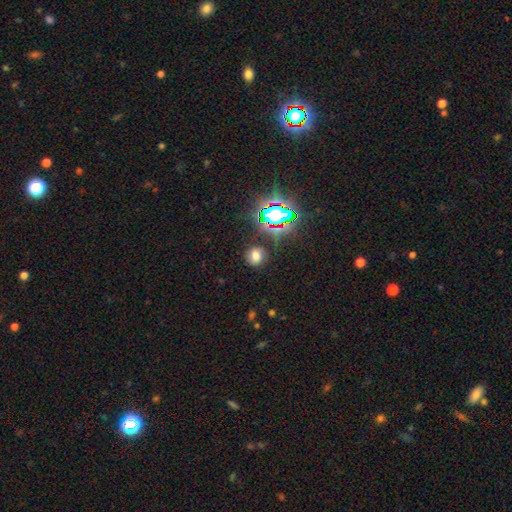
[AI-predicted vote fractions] Smooth or featured: smooth — 67% (star or artifact — 25%)
How rounded: round — 78% (in between — 21%)
Merging: none — 86% (minor disturbance — 9%)